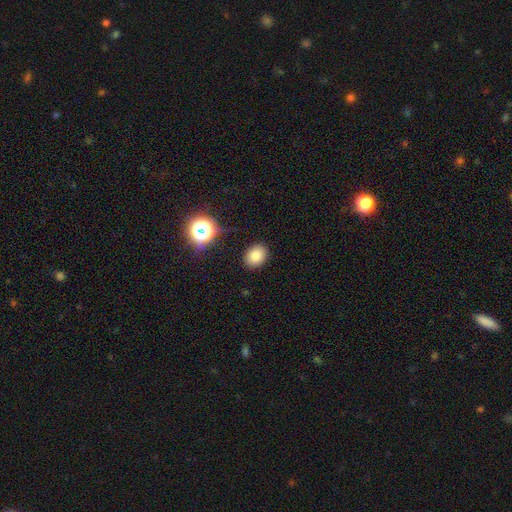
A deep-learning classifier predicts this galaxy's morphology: The model was most divided on "how rounded": in between: 59%, round: 40%, cigar-shaped: 1%. More confident: merging — none (86%); smooth or featured — smooth (81%).